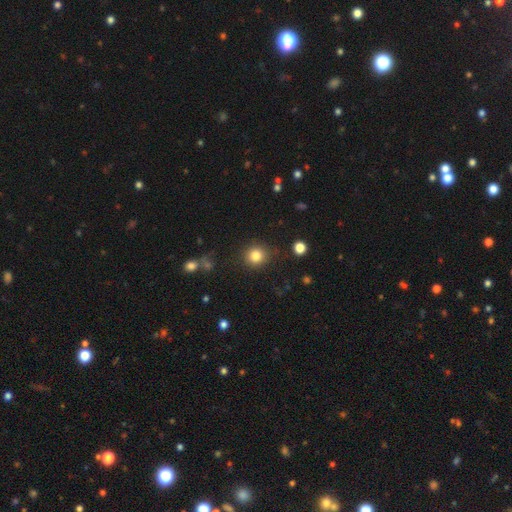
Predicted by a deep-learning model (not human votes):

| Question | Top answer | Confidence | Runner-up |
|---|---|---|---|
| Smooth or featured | smooth | 83% | star or artifact (11%) |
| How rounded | round | 90% | in between (9%) |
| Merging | none | 86% | minor disturbance (8%) |